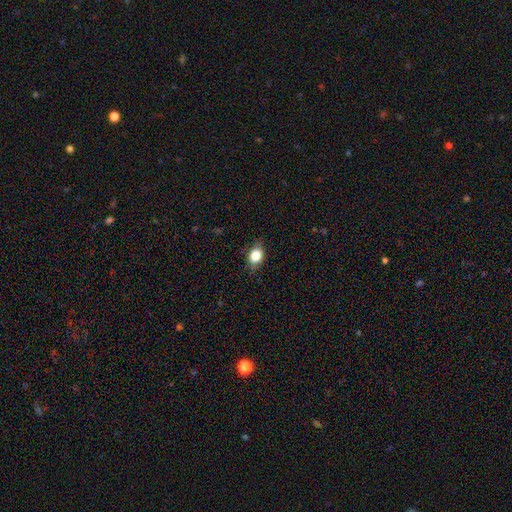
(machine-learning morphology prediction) type=smooth (81%); roundness=in between (66%); merging=none (79%).